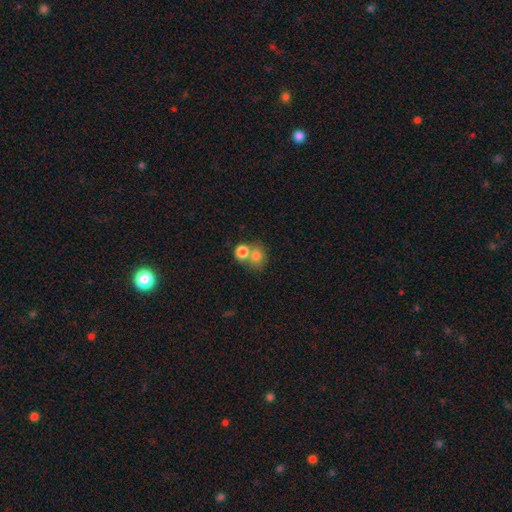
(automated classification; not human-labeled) smooth_or_featured: smooth (p=0.77) [alt: featured or disk p=0.12]
how_rounded: round (p=0.71) [alt: in between p=0.28]
merging: merger (p=0.52) [alt: none p=0.36]